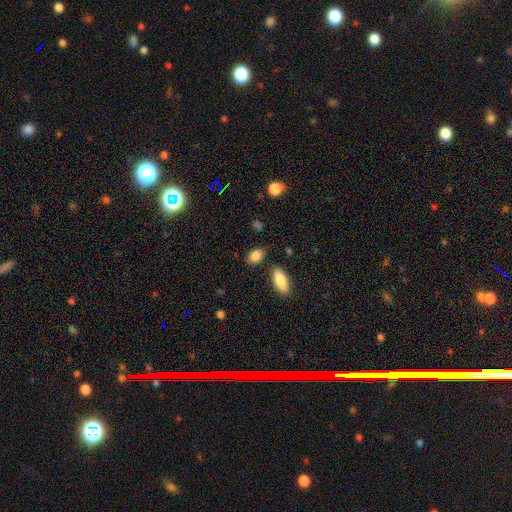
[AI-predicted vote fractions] smooth-or-featured: smooth: 87% | star or artifact: 8% | featured or disk: 5%
  how-rounded: in between: 80% | round: 17% | cigar-shaped: 3%
  merging: none: 82% | minor disturbance: 11% | merger: 4% | major disturbance: 3%